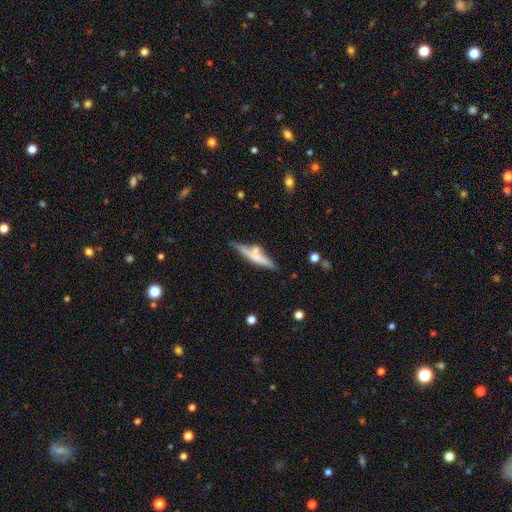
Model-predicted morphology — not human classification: Smooth or featured? smooth (49%)
Merging? none (58%)